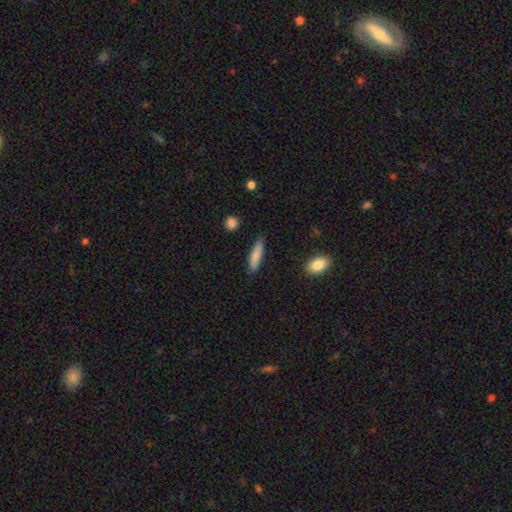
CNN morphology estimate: Overall: smooth (83%). How rounded: cigar-shaped (67%; in between 31%). Merging: none (80%).